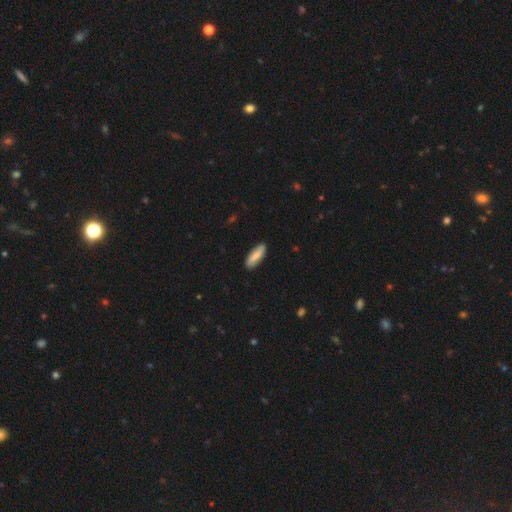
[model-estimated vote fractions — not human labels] This is clearly a smooth galaxy (82%). How rounded: possibly in between (57%). Merging: clearly none (86%).